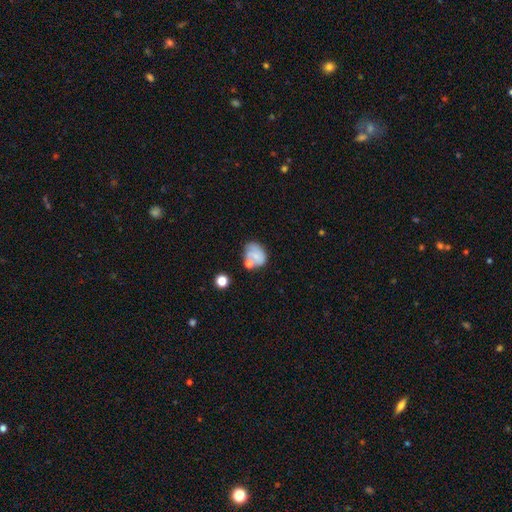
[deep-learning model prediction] Smooth or featured?
  - smooth: 63% *
  - featured or disk: 26%
  - star or artifact: 11%
How rounded?
  - in between: 55% *
  - round: 43%
  - cigar-shaped: 1%
Merging?
  - none: 44% *
  - minor disturbance: 23%
  - merger: 22%
  - major disturbance: 11%